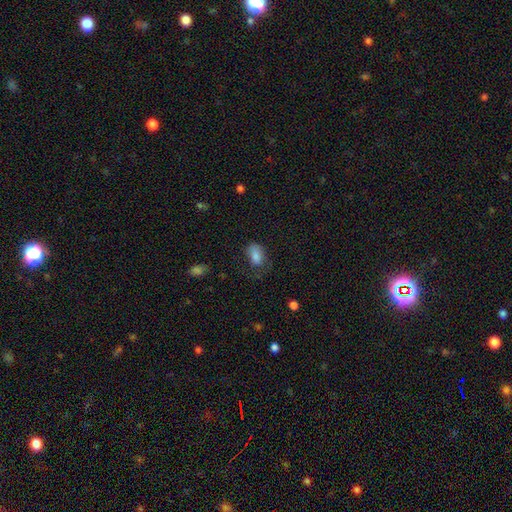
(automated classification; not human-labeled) A smooth galaxy with no disk features (81%) that is in between round and cigar-shaped (90%). Merging: none (48%).